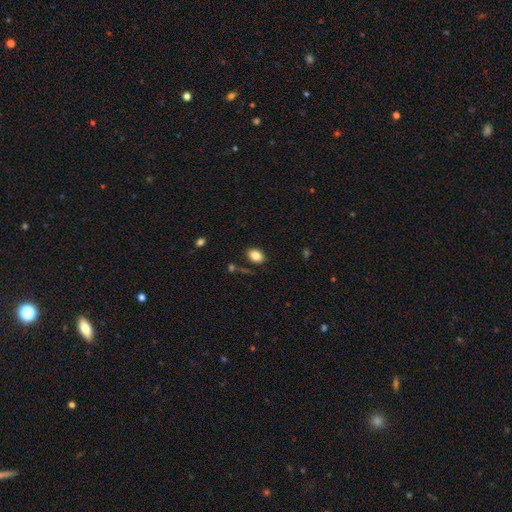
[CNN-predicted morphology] Smooth or featured? Predicted: smooth (p=0.85). How rounded? Predicted: in between (p=0.80). Merging? Predicted: none (p=0.83).